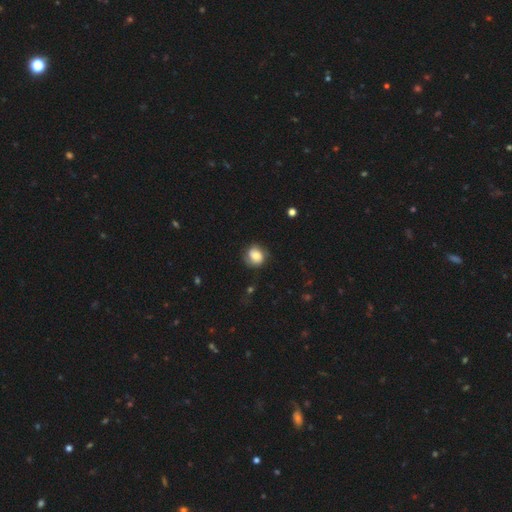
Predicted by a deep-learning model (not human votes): Overall: smooth (65%; featured or disk 26%). How rounded: round (68%; in between 31%). Merging: none (63%; minor disturbance 25%).